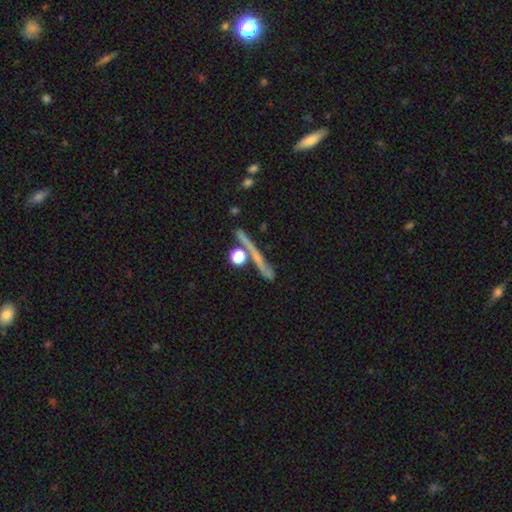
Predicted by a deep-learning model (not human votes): Morphology: type=featured or disk (48%); merging=none (69%).